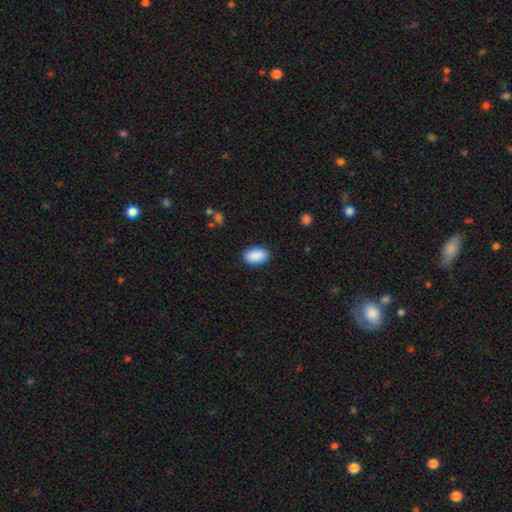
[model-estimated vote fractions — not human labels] A smooth galaxy with no disk features (91%) that is in between round and cigar-shaped (93%). Merging: none (89%).